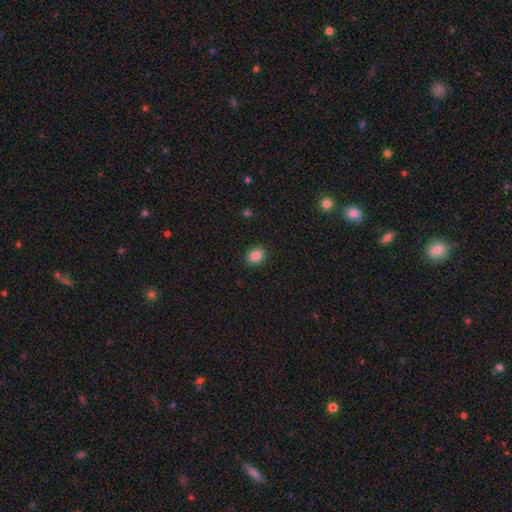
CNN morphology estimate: Q: Smooth or featured?
A: smooth (85%); runner-up: star or artifact (9%)
Q: How rounded?
A: round (53%); runner-up: in between (46%)
Q: Merging?
A: none (90%); runner-up: minor disturbance (7%)